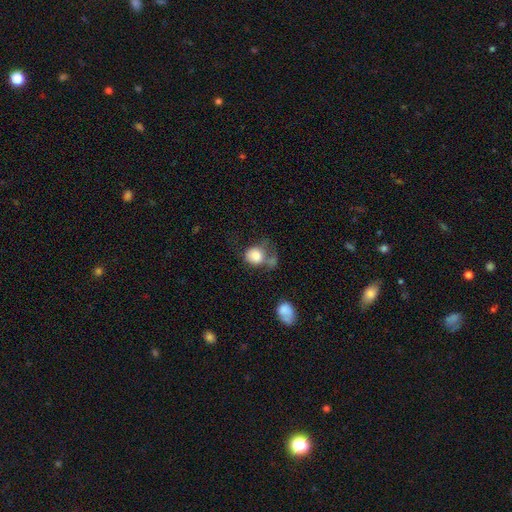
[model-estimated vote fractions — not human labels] Smooth or featured?
  - smooth: 81% *
  - featured or disk: 11%
  - star or artifact: 9%
How rounded?
  - round: 69% *
  - in between: 30%
  - cigar-shaped: 1%
Merging?
  - none: 29% *
  - major disturbance: 25%
  - merger: 24%
  - minor disturbance: 22%